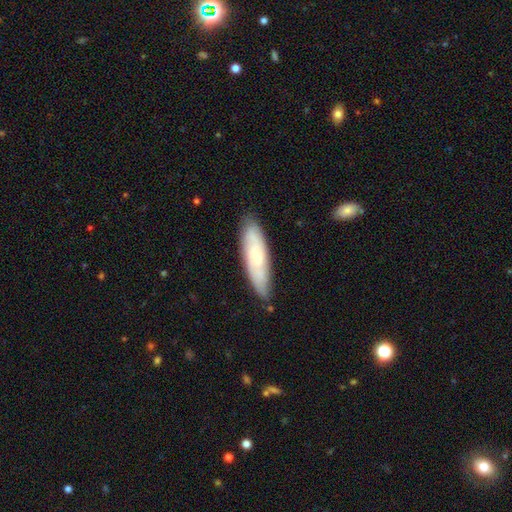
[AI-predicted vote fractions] The model was most divided on "smooth or featured": smooth: 50%, featured or disk: 43%, star or artifact: 6%. More confident: merging — none (80%); how rounded — cigar-shaped (61%).